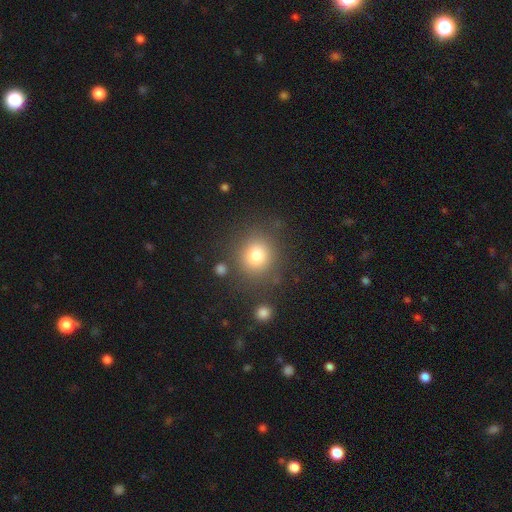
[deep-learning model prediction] Q: Smooth or featured?
A: smooth (77%); runner-up: star or artifact (13%)
Q: How rounded?
A: round (86%); runner-up: in between (13%)
Q: Merging?
A: none (81%); runner-up: minor disturbance (10%)